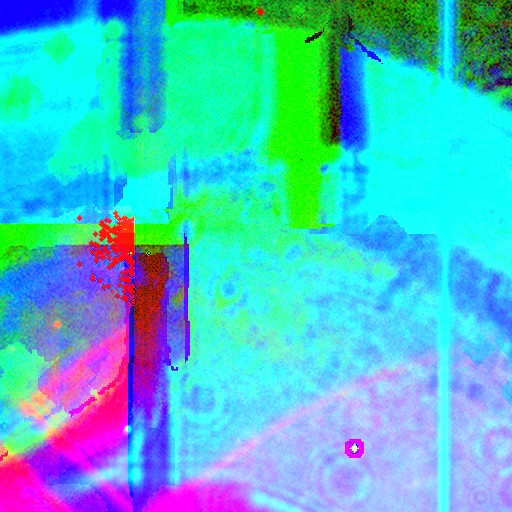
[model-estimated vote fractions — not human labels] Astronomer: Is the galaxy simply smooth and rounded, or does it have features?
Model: star or artifact — 87%.